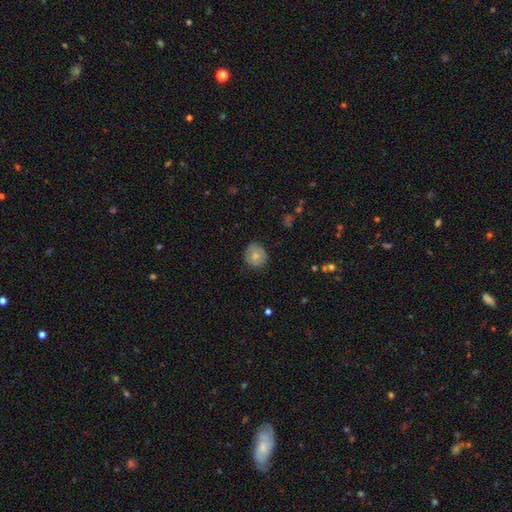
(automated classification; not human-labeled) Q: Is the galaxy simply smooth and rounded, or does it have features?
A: smooth — 76%.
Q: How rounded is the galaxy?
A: round — 86%.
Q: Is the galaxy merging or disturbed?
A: none — 81%.